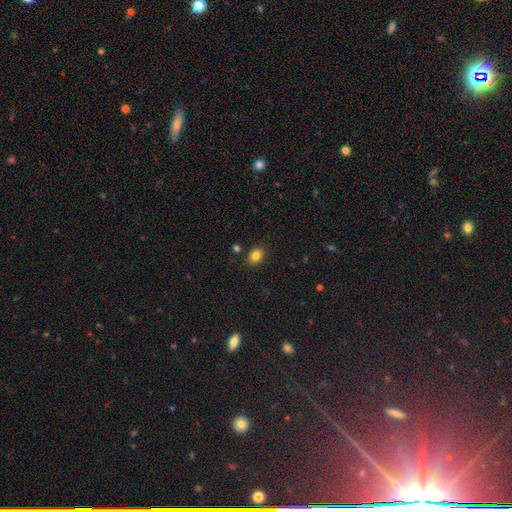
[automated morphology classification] Smooth or featured: smooth — 83% (star or artifact — 12%)
How rounded: in between — 51% (round — 48%)
Merging: none — 87% (minor disturbance — 8%)